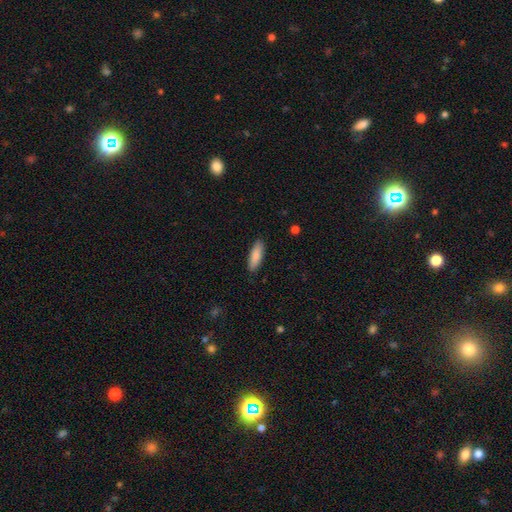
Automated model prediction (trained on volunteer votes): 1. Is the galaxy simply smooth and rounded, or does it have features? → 86% smooth, 8% featured or disk, 6% star or artifact.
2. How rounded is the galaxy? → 54% in between, 45% cigar-shaped, 2% round.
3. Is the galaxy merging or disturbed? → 88% none, 9% minor disturbance, 2% major disturbance, 1% merger.